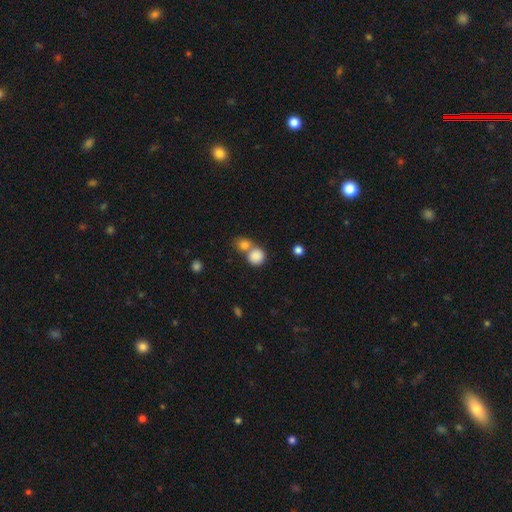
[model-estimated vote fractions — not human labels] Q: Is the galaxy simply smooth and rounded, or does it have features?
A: smooth — 84%.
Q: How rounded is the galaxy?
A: round — 86%.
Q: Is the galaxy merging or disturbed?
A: merger — 47%.